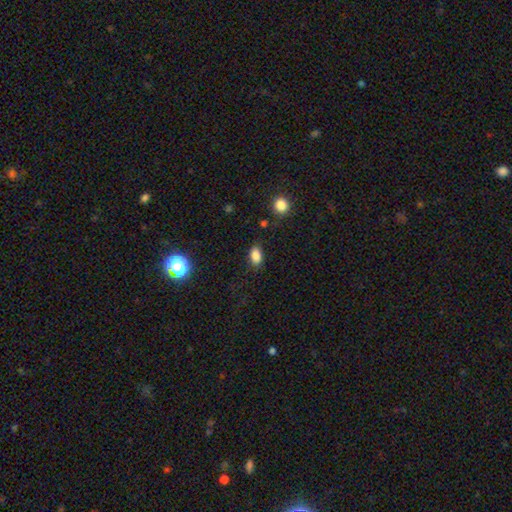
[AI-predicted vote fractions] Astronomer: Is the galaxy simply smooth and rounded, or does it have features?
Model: smooth — 84%.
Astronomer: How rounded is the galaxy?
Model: in between — 87%.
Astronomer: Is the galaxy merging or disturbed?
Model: none — 80%.